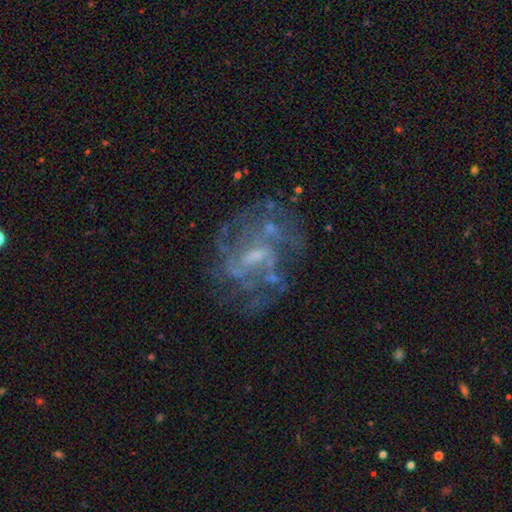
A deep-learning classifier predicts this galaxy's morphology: smooth_or_featured: featured or disk (p=0.80) [alt: smooth p=0.10]
disk_edge_on: no (p=0.97) [alt: yes p=0.03]
bar: weak (p=0.53) [alt: no p=0.33]
has_spiral_arms: yes (p=0.74) [alt: no p=0.26]
spiral_winding: medium (p=0.43) [alt: tight p=0.36]
spiral_arm_count: can't tell (p=0.45) [alt: 2 p=0.19]
bulge_size: small (p=0.46) [alt: moderate p=0.30]
merging: none (p=0.59) [alt: major disturbance p=0.20]